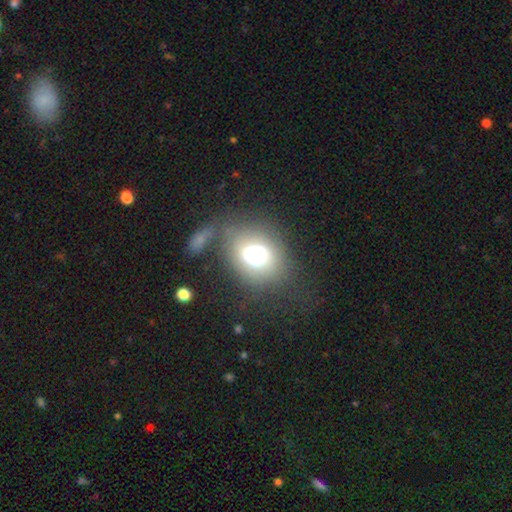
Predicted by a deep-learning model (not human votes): smooth 63%, featured or disk 25%, star or artifact 11%. Down the decision tree: how rounded — round (53%); merging — none (46%).